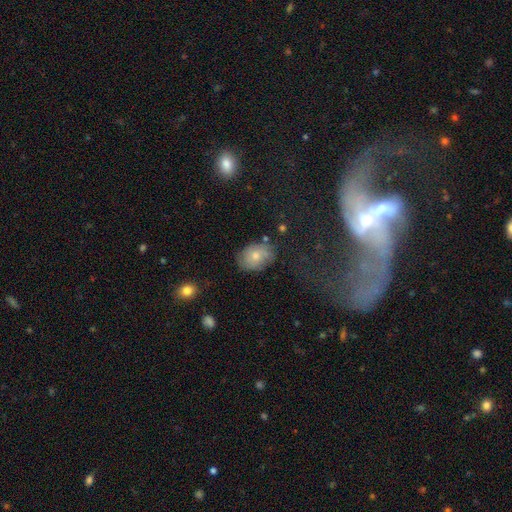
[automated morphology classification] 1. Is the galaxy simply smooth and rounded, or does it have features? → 59% smooth, 31% featured or disk, 10% star or artifact.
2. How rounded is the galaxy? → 68% in between, 31% round, 1% cigar-shaped.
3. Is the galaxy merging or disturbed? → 71% none, 21% minor disturbance, 6% major disturbance, 3% merger.